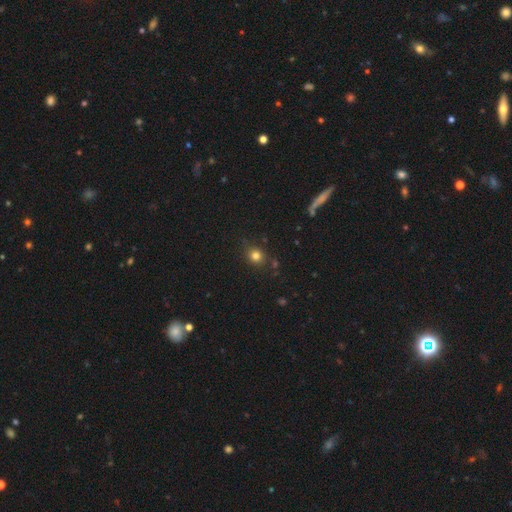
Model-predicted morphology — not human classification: type=smooth (79%); roundness=round (80%); merging=none (83%).